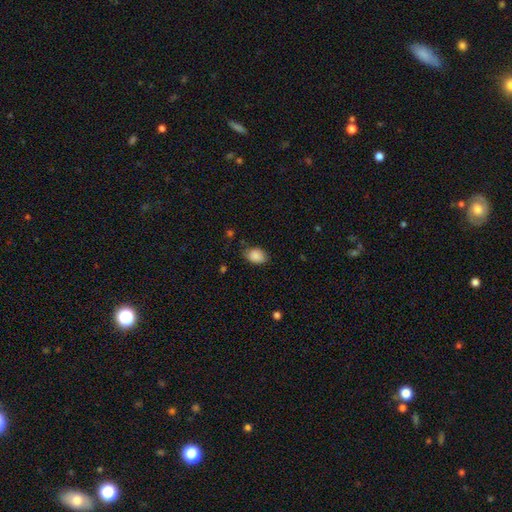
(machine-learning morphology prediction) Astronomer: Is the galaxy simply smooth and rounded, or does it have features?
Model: smooth — 88%.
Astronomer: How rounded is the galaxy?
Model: in between — 81%.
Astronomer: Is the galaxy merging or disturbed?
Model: none — 74%.